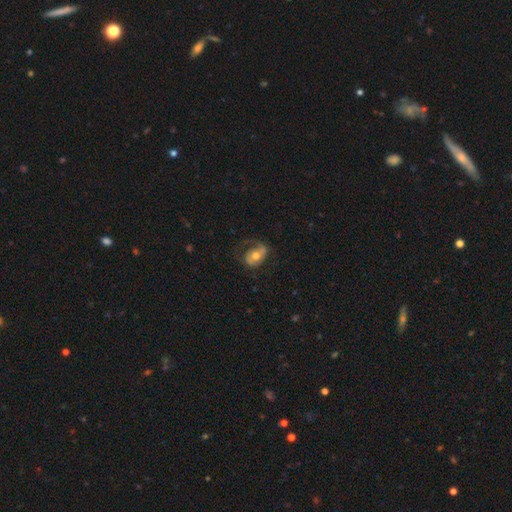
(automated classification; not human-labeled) A featured or disk galaxy (60%) with no bar (67%), spiral arms (76%) and a moderate central bulge (71%).

Vote fractions:
- Smooth or featured? featured or disk: 60% / smooth: 33% / star or artifact: 7%
- Edge-on disk? no: 96% / yes: 4%
- Bar? no: 67% / weak: 24% / strong: 9%
- Spiral arms? yes: 76% / no: 24%
- Bulge size? moderate: 71% / large: 15% / small: 11% / dominant: 1% / none: 1%
- Merging? none: 47% / major disturbance: 27% / minor disturbance: 24% / merger: 2%